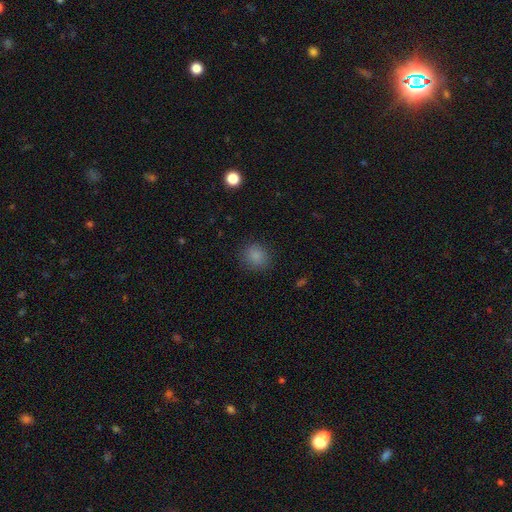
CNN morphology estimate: Q: Smooth or featured?
A: smooth (85%); runner-up: star or artifact (11%)
Q: How rounded?
A: round (87%); runner-up: in between (12%)
Q: Merging?
A: none (87%); runner-up: minor disturbance (9%)